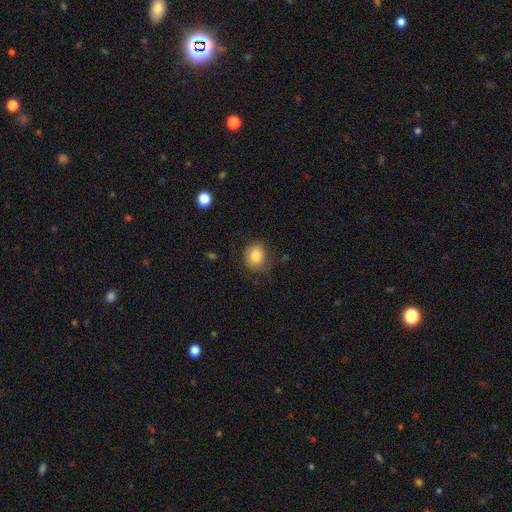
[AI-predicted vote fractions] This is clearly a smooth galaxy (81%). How rounded: possibly round (59%). Merging: likely none (72%).